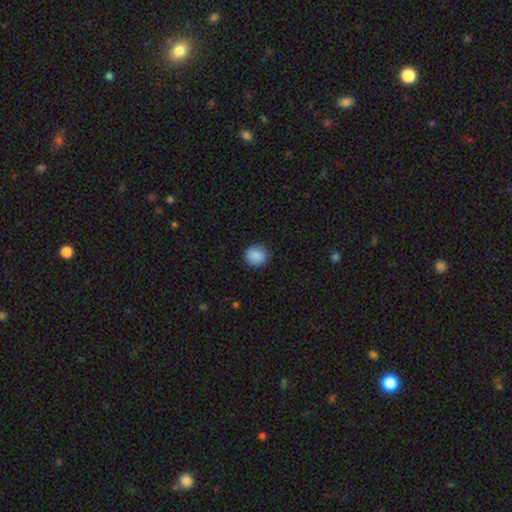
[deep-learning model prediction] This is clearly a smooth galaxy (88%). How rounded: clearly round (86%). Merging: clearly none (88%).